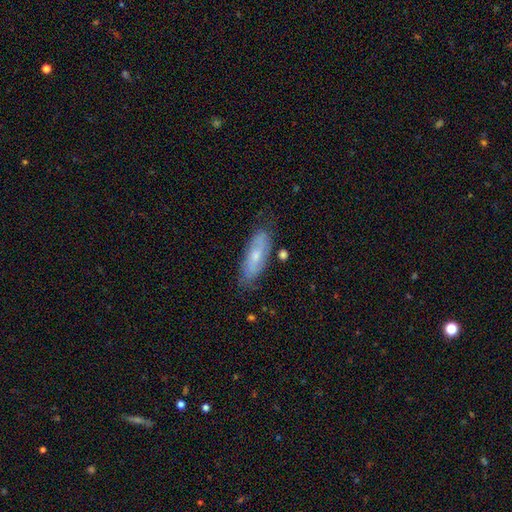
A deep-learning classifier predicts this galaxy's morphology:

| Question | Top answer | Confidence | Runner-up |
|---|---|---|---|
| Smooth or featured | smooth | 50% | featured or disk (43%) |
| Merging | none | 75% | minor disturbance (18%) |